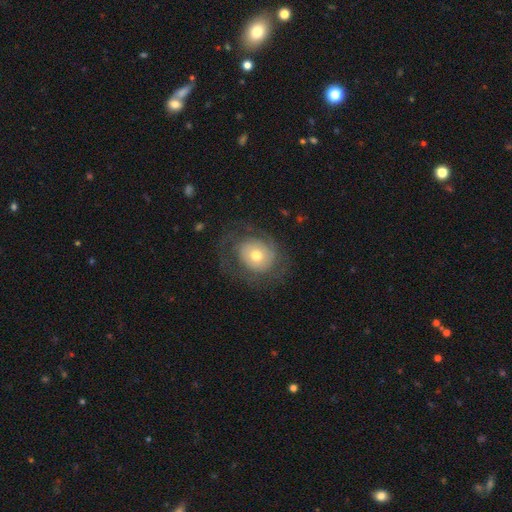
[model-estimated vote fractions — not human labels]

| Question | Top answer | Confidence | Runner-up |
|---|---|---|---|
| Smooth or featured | featured or disk | 50% | smooth (41%) |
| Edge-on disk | no | 96% | yes (4%) |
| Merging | none | 63% | major disturbance (18%) |